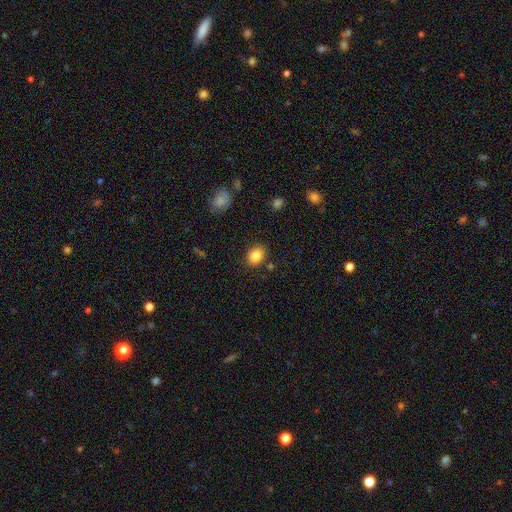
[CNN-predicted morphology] Overall: smooth (84%). How rounded: in between (64%; round 35%). Merging: none (84%).